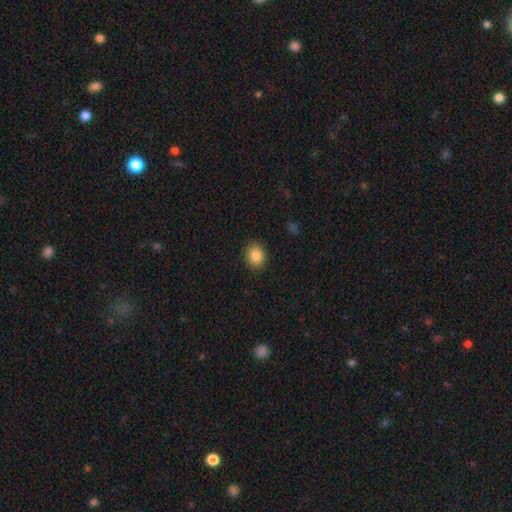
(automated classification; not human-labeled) The model was most divided on "how rounded": in between: 51%, round: 48%, cigar-shaped: 1%. More confident: merging — none (89%); smooth or featured — smooth (85%).